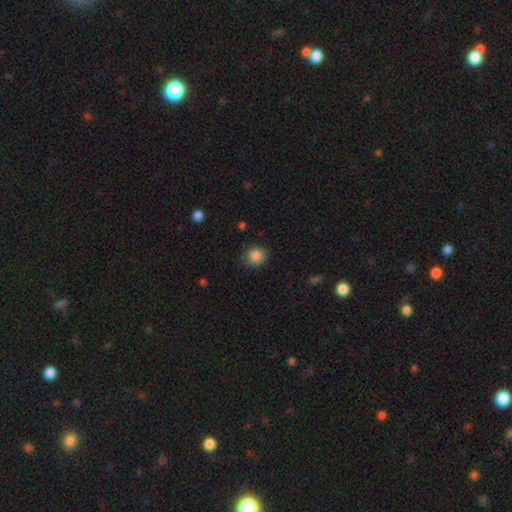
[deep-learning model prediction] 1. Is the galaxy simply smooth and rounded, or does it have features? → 86% smooth, 9% star or artifact, 5% featured or disk.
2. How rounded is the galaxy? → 78% round, 21% in between, 1% cigar-shaped.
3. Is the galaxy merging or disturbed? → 79% none, 16% minor disturbance, 3% major disturbance, 1% merger.